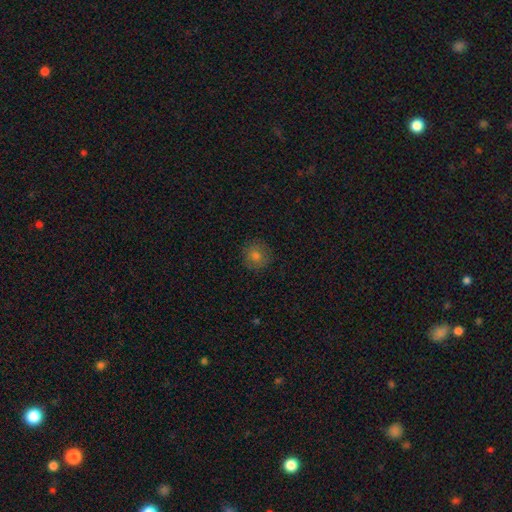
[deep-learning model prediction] Smooth or featured? Predicted: smooth (p=0.73). How rounded? Predicted: round (p=0.94). Merging? Predicted: none (p=0.89).